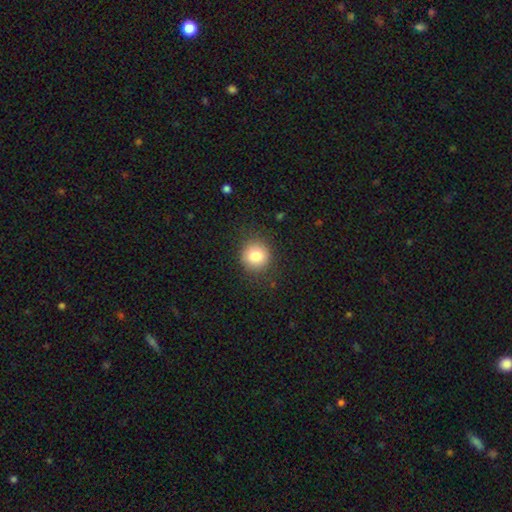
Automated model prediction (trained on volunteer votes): smooth_or_featured: smooth (p=0.83) [alt: star or artifact p=0.10]
how_rounded: round (p=0.91) [alt: in between p=0.08]
merging: none (p=0.86) [alt: minor disturbance p=0.09]